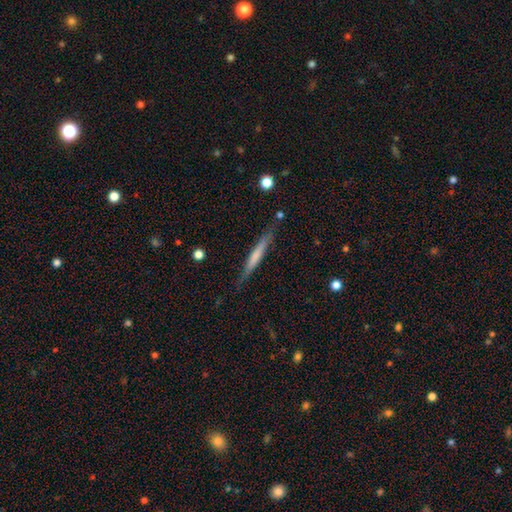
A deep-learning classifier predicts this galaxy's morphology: This is possibly a smooth galaxy (51%). How rounded: clearly cigar-shaped (95%). Merging: clearly none (81%).